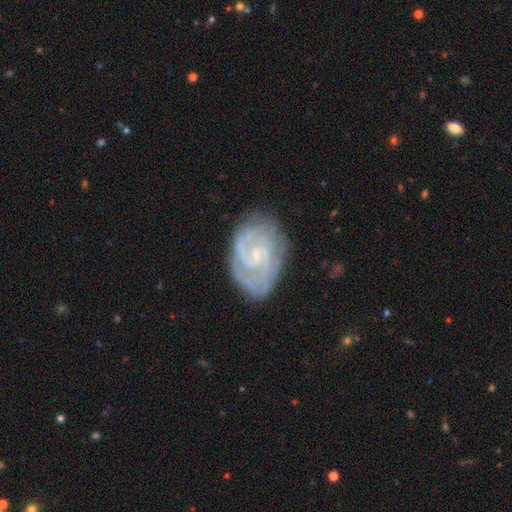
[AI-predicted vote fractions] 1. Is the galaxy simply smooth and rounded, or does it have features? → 88% featured or disk, 7% smooth, 5% star or artifact.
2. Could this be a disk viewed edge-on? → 97% no, 3% yes.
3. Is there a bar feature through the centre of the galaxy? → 46% weak, 45% no, 10% strong.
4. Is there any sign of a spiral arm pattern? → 97% yes, 3% no.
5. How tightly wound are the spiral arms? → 60% tight, 34% medium, 6% loose.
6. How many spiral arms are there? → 53% 2, 17% 3, 16% can't tell, 5% 4, 4% 1, 4% more than 4.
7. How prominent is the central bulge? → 78% small, 14% moderate, 6% none, 1% large, 1% dominant.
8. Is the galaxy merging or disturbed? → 77% none, 16% minor disturbance, 5% major disturbance, 1% merger.